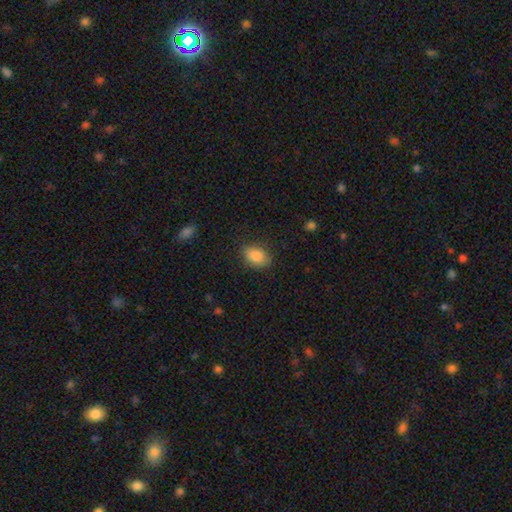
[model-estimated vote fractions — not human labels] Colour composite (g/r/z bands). It shows a smooth galaxy with no disk features (87%) that is in between round and cigar-shaped (81%). Merging: none (78%).